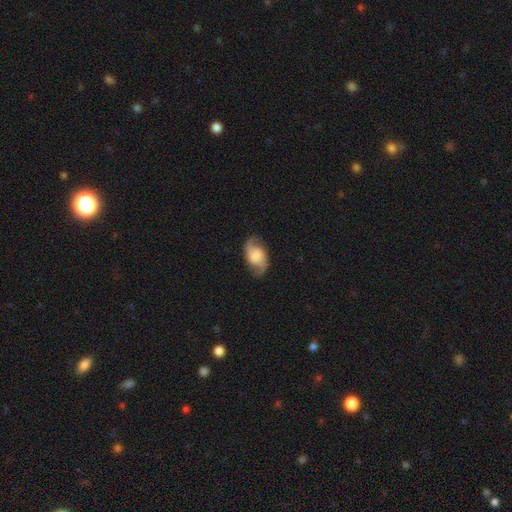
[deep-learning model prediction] smooth_or_featured: featured or disk (p=0.62) [alt: smooth p=0.30]
disk_edge_on: no (p=0.96) [alt: yes p=0.04]
bar: no (p=0.57) [alt: weak p=0.33]
has_spiral_arms: yes (p=0.91) [alt: no p=0.09]
spiral_winding: loose (p=0.51) [alt: medium p=0.37]
spiral_arm_count: 2 (p=0.91) [alt: can't tell p=0.04]
bulge_size: large (p=0.32) [alt: none p=0.27]
merging: none (p=0.75) [alt: minor disturbance p=0.17]